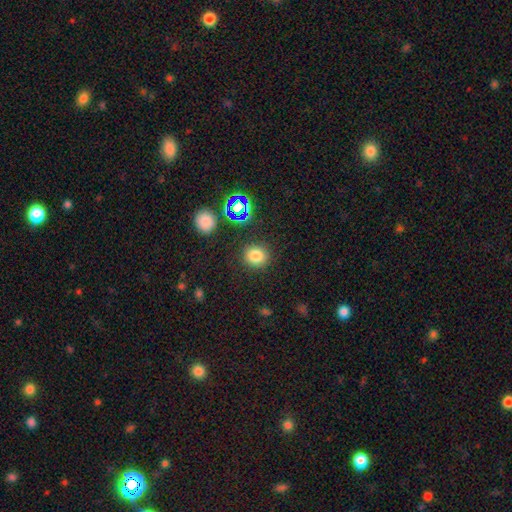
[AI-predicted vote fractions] Smooth or featured? smooth (79%)
How rounded? round (86%)
Merging? none (87%)